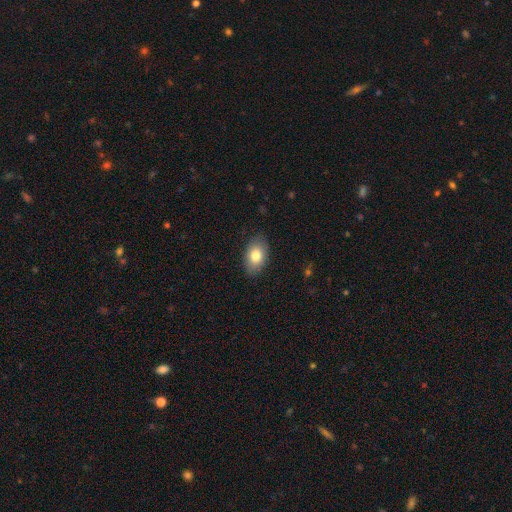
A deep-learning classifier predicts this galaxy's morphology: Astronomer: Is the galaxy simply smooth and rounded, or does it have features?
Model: smooth — 79%.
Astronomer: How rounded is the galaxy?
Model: in between — 90%.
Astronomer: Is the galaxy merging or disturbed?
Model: none — 85%.